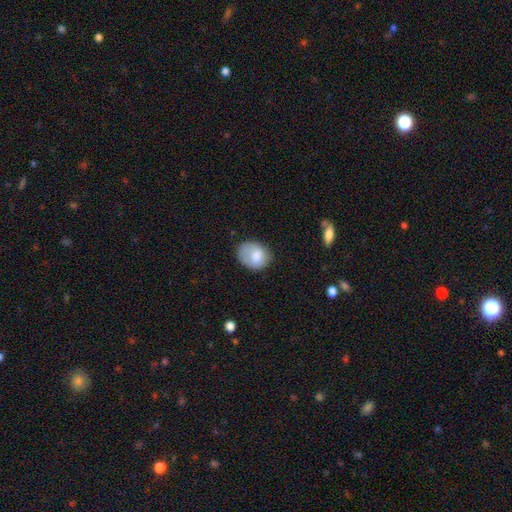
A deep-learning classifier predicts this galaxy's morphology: type=smooth (78%); roundness=in between (55%); merging=none (55%).